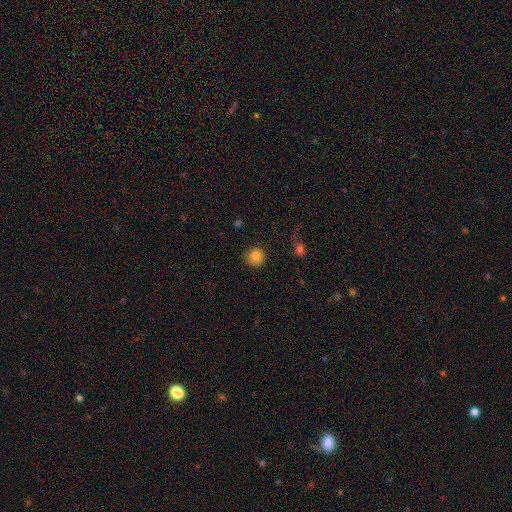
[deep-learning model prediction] smooth 83%, star or artifact 10%, featured or disk 7%. Down the decision tree: how rounded — round (91%); merging — none (80%).